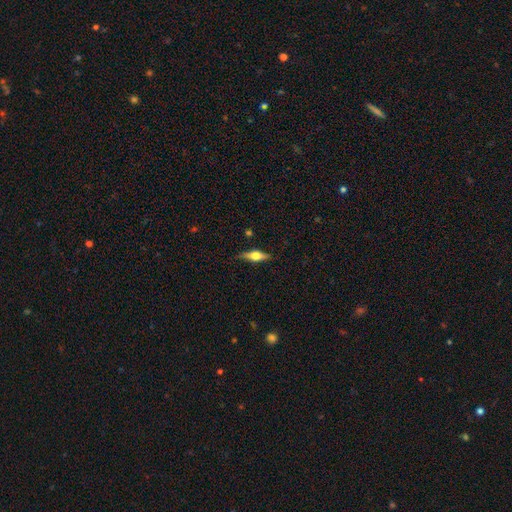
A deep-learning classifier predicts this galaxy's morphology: Smooth or featured: featured or disk — 58% (smooth — 36%)
Edge-on disk: yes — 95% (no — 5%)
Edge-on bulge: rounded — 92% (boxy — 6%)
Merging: none — 85% (minor disturbance — 11%)